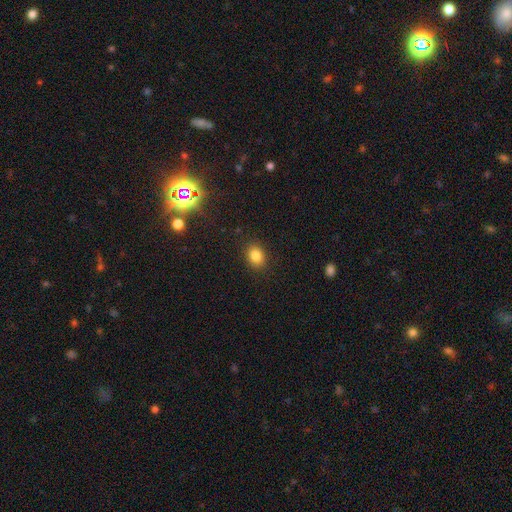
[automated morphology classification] Smooth or featured? smooth (83%)
How rounded? in between (61%)
Merging? none (88%)